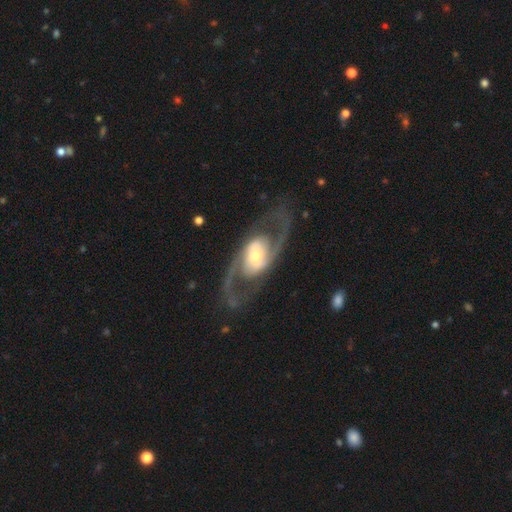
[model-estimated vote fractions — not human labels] smooth_or_featured: featured or disk (p=0.87) [alt: smooth p=0.08]
disk_edge_on: no (p=0.94) [alt: yes p=0.06]
bar: no (p=0.39) [alt: weak p=0.35]
has_spiral_arms: yes (p=0.92) [alt: no p=0.08]
spiral_winding: medium (p=0.51) [alt: loose p=0.33]
spiral_arm_count: 2 (p=0.91) [alt: can't tell p=0.04]
bulge_size: moderate (p=0.51) [alt: small p=0.31]
merging: none (p=0.75) [alt: major disturbance p=0.12]